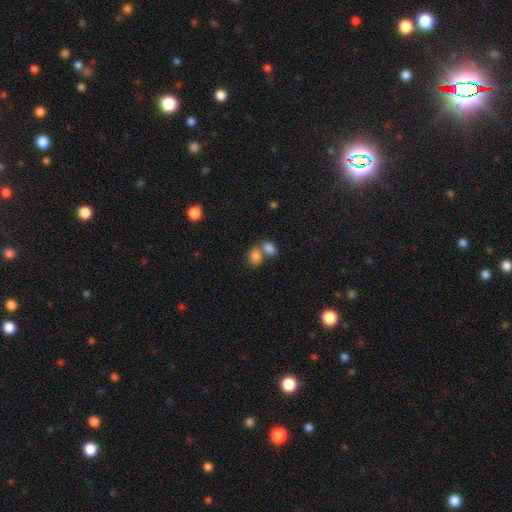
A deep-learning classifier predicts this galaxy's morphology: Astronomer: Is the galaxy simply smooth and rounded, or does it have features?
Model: smooth — 84%.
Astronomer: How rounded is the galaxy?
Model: in between — 65%.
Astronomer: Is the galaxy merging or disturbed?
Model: merger — 57%.